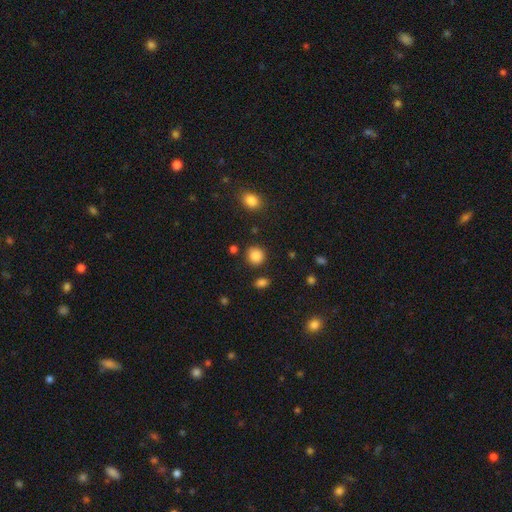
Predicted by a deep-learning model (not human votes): A smooth galaxy with no disk features (87%) that is round (87%). Merging: none (85%).